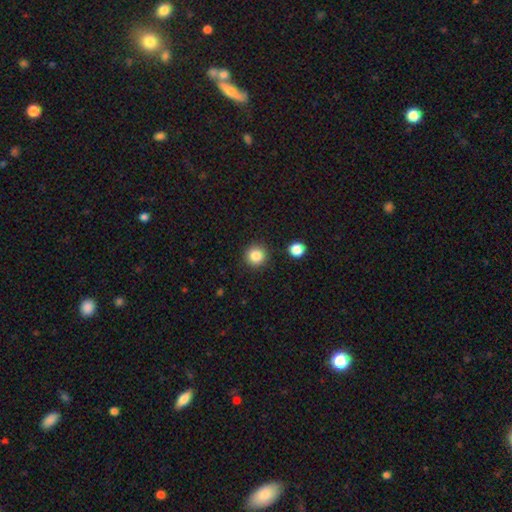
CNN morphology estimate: Overall: smooth (86%). How rounded: round (94%). Merging: none (89%).